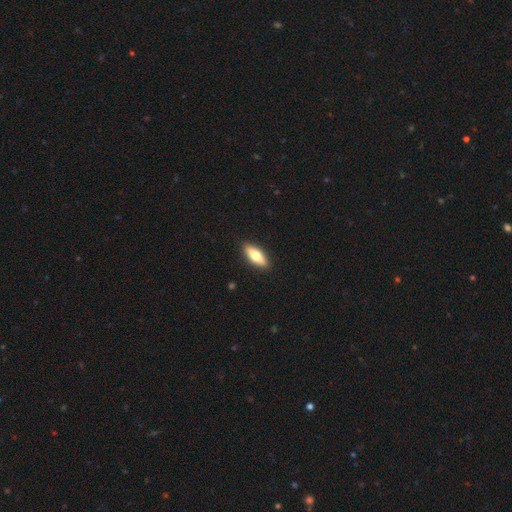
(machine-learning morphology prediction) This is likely a smooth galaxy (65%). How rounded: likely in between (68%). Merging: clearly none (90%).